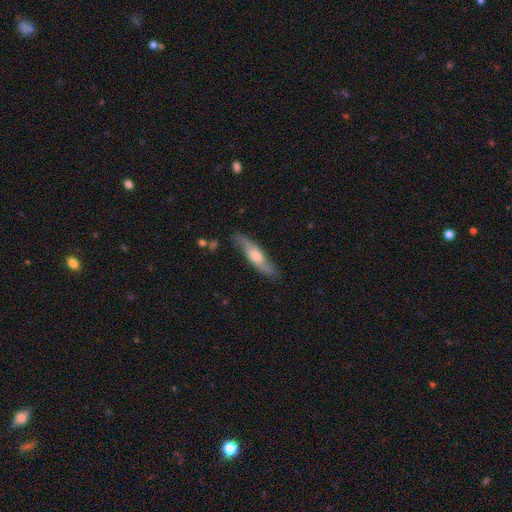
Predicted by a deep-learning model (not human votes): Morphology: type=featured or disk (49%); merging=none (80%).